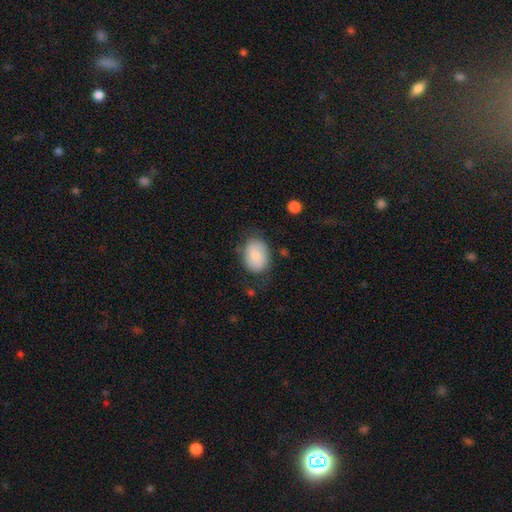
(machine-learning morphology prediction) smooth 80%, featured or disk 14%, star or artifact 7%. Down the decision tree: how rounded — in between (71%); merging — none (70%).